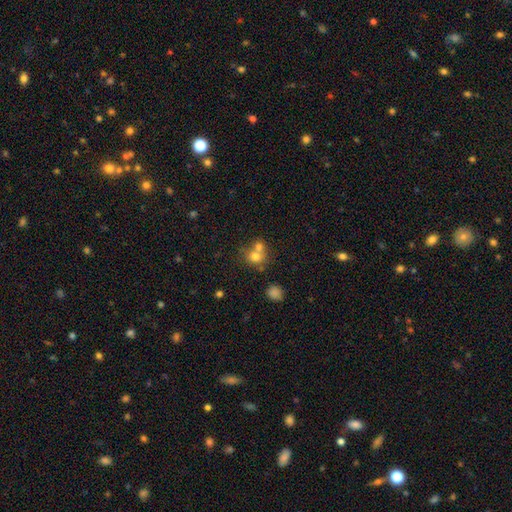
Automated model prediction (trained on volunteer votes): Smooth or featured: smooth — 70% (featured or disk — 15%)
How rounded: round — 77% (in between — 22%)
Merging: merger — 52% (none — 37%)